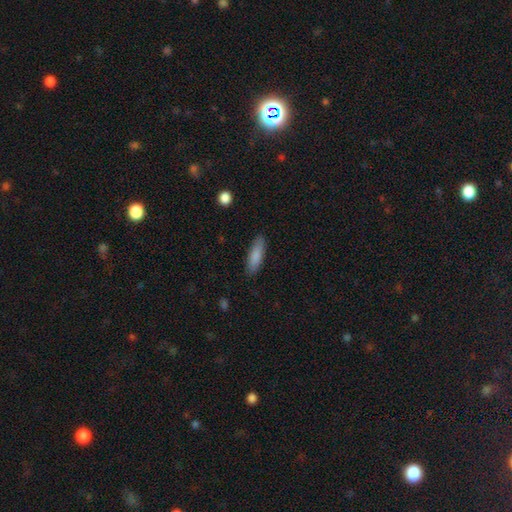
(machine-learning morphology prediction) smooth-or-featured: smooth: 85% | featured or disk: 9% | star or artifact: 6%
  how-rounded: cigar-shaped: 53% | in between: 45% | round: 2%
  merging: none: 87% | minor disturbance: 10% | major disturbance: 2% | merger: 1%